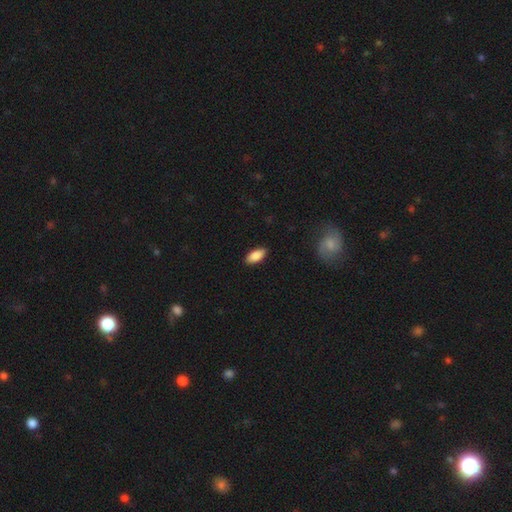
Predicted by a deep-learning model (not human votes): A smooth galaxy with no disk features (88%) that is in between round and cigar-shaped (88%).

Vote fractions:
- Smooth or featured? smooth: 88% / star or artifact: 6% / featured or disk: 6%
- How rounded? in between: 88% / cigar-shaped: 10% / round: 2%
- Merging? none: 87% / minor disturbance: 10% / major disturbance: 2% / merger: 1%